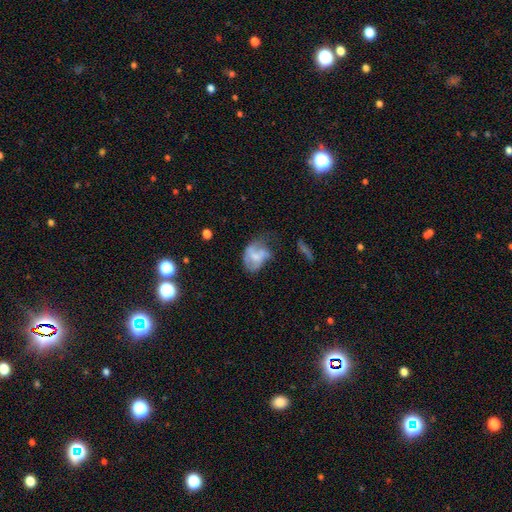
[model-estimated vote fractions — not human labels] The model was most divided on "smooth or featured": smooth: 48%, featured or disk: 43%, star or artifact: 9%. Remaining: merging — major disturbance (35%).